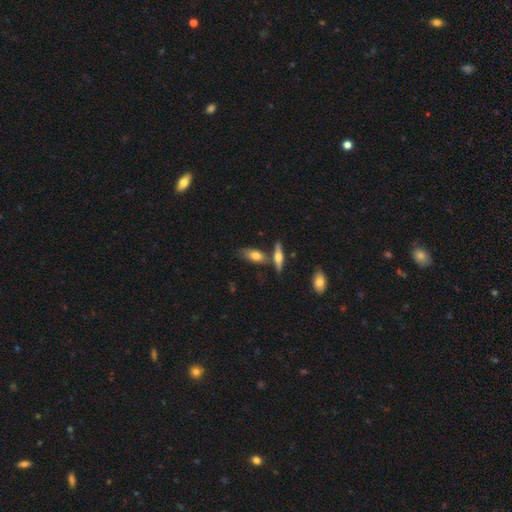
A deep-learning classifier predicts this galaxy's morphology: A smooth galaxy with no disk features (65%) that is in between round and cigar-shaped (77%).

Vote fractions:
- Smooth or featured? smooth: 65% / featured or disk: 28% / star or artifact: 7%
- How rounded? in between: 77% / cigar-shaped: 19% / round: 3%
- Merging? none: 61% / merger: 22% / minor disturbance: 14% / major disturbance: 4%